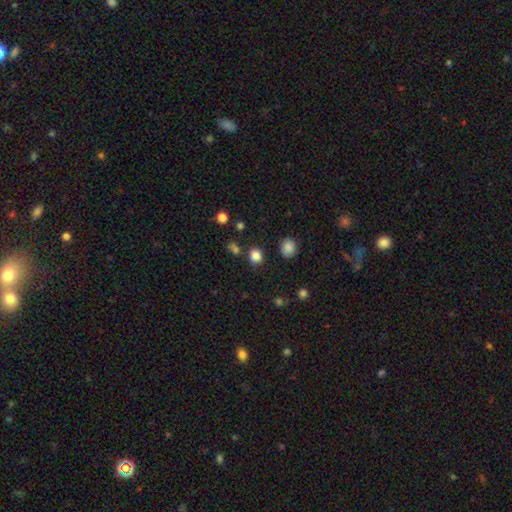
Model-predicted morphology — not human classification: The model was most divided on "how rounded": round: 75%, in between: 24%, cigar-shaped: 1%. More confident: smooth or featured — smooth (83%); merging — none (81%).